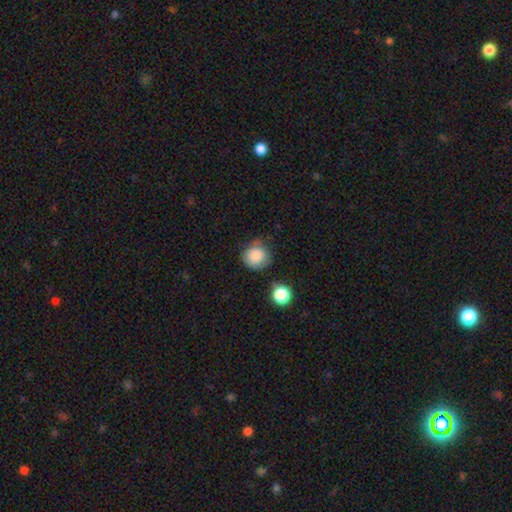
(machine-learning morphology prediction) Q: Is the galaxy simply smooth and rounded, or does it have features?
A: smooth — 85%.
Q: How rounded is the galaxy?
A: round — 85%.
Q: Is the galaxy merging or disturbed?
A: none — 65%.